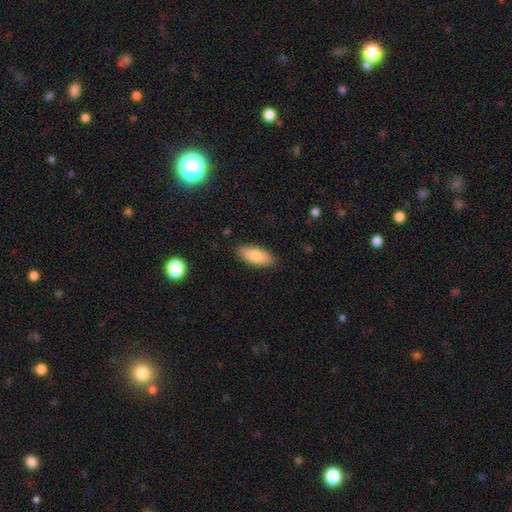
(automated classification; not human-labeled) smooth-or-featured: smooth: 83% | featured or disk: 11% | star or artifact: 6%
  how-rounded: in between: 83% | cigar-shaped: 15% | round: 2%
  merging: none: 87% | minor disturbance: 10% | major disturbance: 2% | merger: 1%